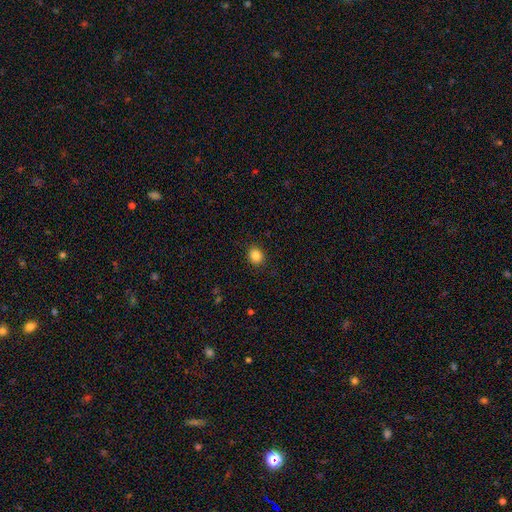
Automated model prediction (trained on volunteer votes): The model was most divided on "how rounded": round: 72%, in between: 27%, cigar-shaped: 1%. More confident: merging — none (90%); smooth or featured — smooth (85%).